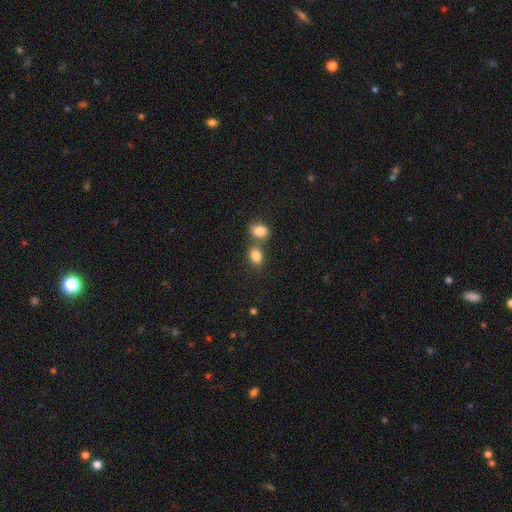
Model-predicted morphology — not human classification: This is clearly a smooth galaxy (84%). How rounded: likely in between (66%). Merging: possibly none (45%).